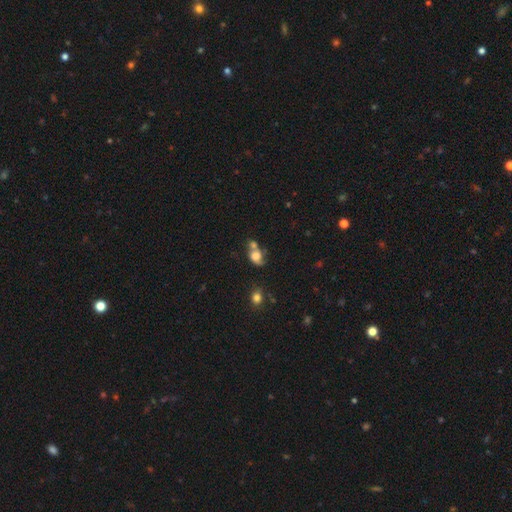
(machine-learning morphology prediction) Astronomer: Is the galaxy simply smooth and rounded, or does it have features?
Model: smooth — 64%.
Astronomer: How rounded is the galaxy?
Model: in between — 54% (runner-up: round, 44%).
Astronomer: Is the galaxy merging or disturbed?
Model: merger — 44% (runner-up: none, 29%).